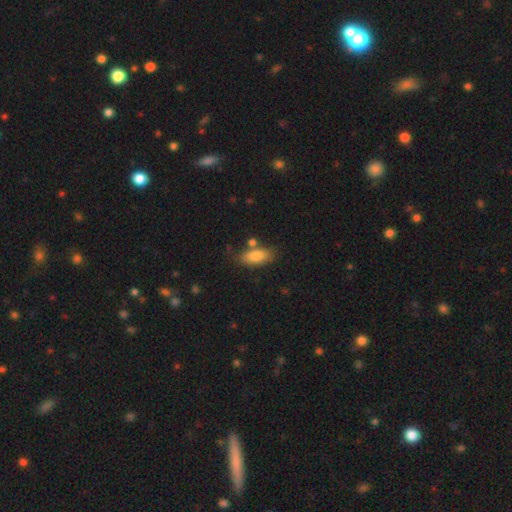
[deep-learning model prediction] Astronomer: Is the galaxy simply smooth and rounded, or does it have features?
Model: smooth — 80%.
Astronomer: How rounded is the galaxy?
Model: in between — 85%.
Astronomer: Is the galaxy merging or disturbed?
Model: none — 70%.